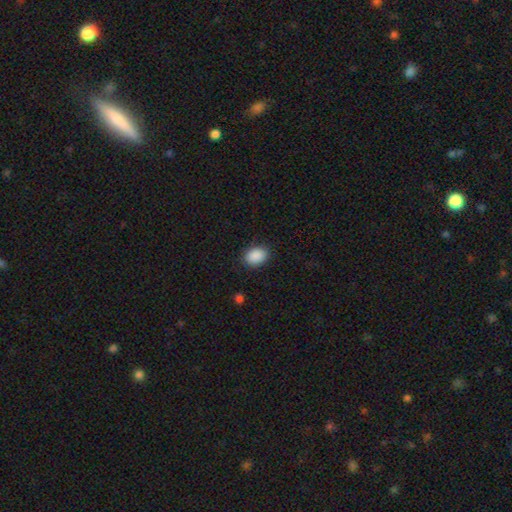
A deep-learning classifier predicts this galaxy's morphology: Smooth or featured? smooth (90%)
How rounded? in between (75%)
Merging? none (86%)